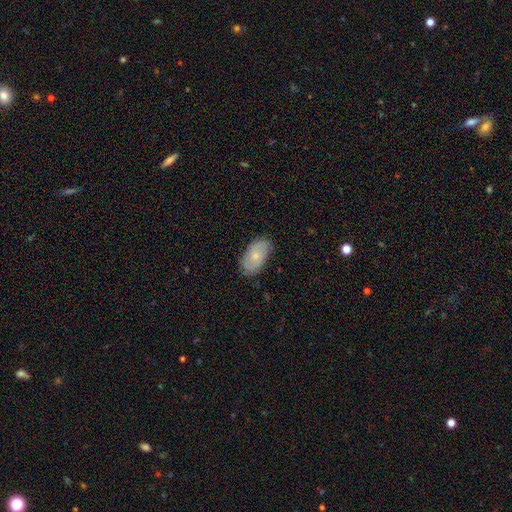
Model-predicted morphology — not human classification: Smooth or featured? Predicted: smooth (p=0.51). How rounded? Predicted: in between (p=0.93). Merging? Predicted: none (p=0.79).